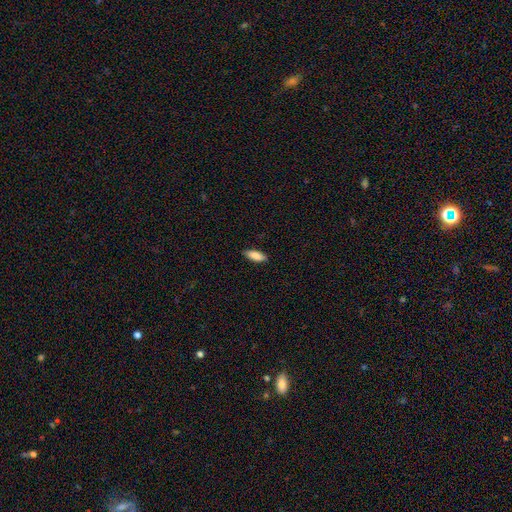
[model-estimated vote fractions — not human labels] Smooth or featured? Predicted: smooth (p=0.86). How rounded? Predicted: in between (p=0.65). Merging? Predicted: none (p=0.86).